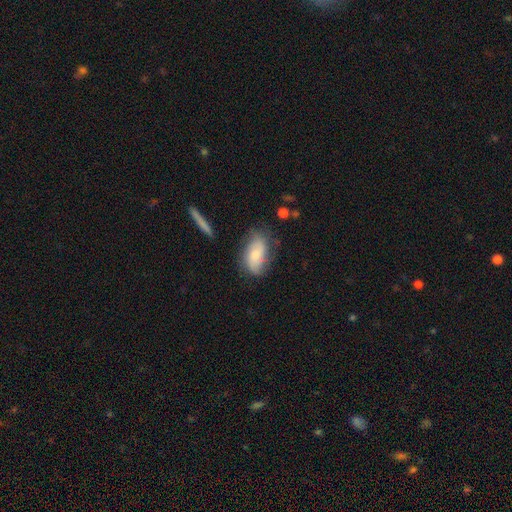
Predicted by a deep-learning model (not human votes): smooth-or-featured: smooth: 65% | featured or disk: 28% | star or artifact: 7%
  how-rounded: in between: 91% | round: 6% | cigar-shaped: 4%
  merging: none: 59% | minor disturbance: 27% | major disturbance: 11% | merger: 3%